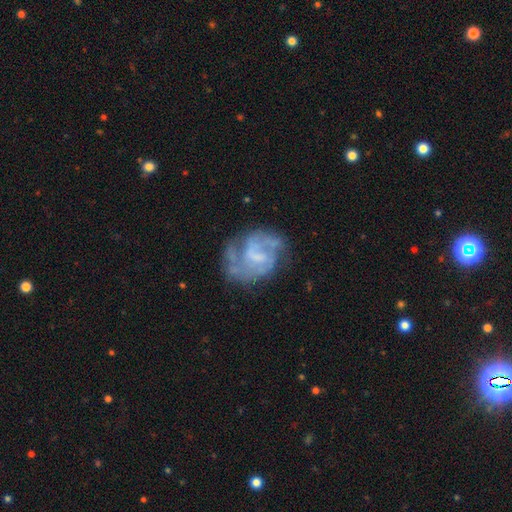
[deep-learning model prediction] smooth_or_featured: featured or disk (p=0.78) [alt: smooth p=0.14]
disk_edge_on: no (p=0.98) [alt: yes p=0.02]
bar: weak (p=0.51) [alt: no p=0.34]
has_spiral_arms: yes (p=0.82) [alt: no p=0.18]
spiral_winding: medium (p=0.46) [alt: tight p=0.35]
spiral_arm_count: 2 (p=0.46) [alt: can't tell p=0.28]
bulge_size: none (p=0.39) [alt: small p=0.32]
merging: none (p=0.55) [alt: minor disturbance p=0.23]